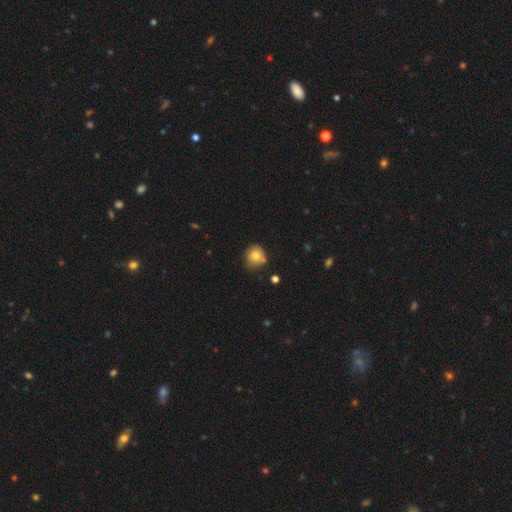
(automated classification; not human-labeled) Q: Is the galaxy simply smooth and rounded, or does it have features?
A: smooth — 77%.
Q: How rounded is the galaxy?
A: round — 79%.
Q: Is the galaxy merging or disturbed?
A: none — 63%.